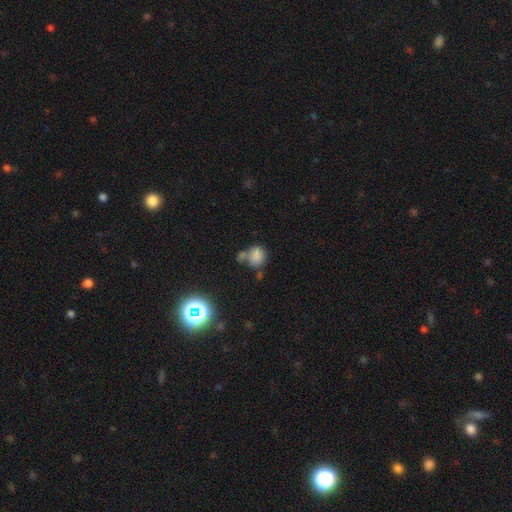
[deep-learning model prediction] Morphology: type=smooth (79%); roundness=round (70%); merging=none (47%).